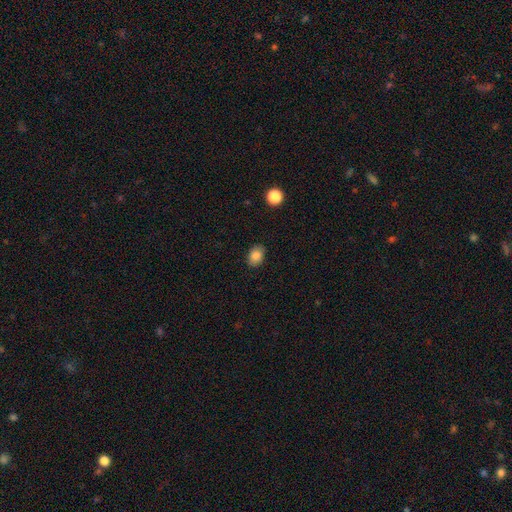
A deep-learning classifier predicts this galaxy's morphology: type=smooth (85%); roundness=in between (72%); merging=none (86%).